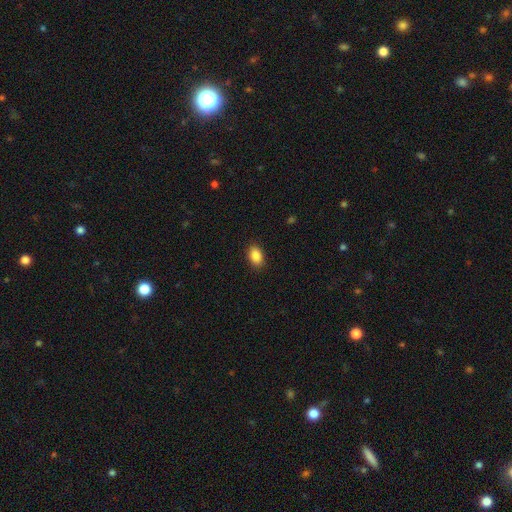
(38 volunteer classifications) Volunteers were most divided on "how rounded": in between: 82%, round: 18%, cigar-shaped: 0%. More confident: smooth or featured — smooth (89%); merging — none (89%).